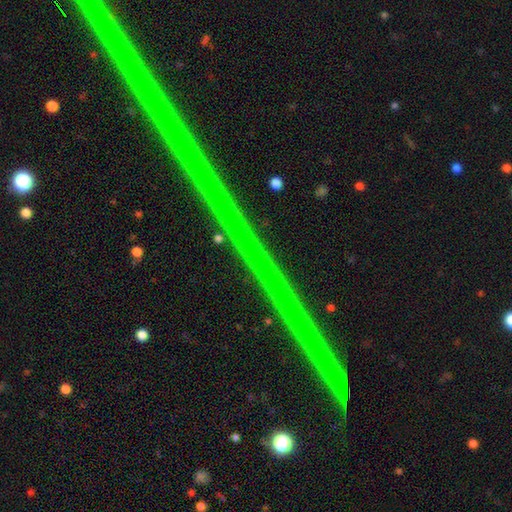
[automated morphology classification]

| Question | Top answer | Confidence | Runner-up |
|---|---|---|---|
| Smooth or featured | star or artifact | 86% | featured or disk (10%) |